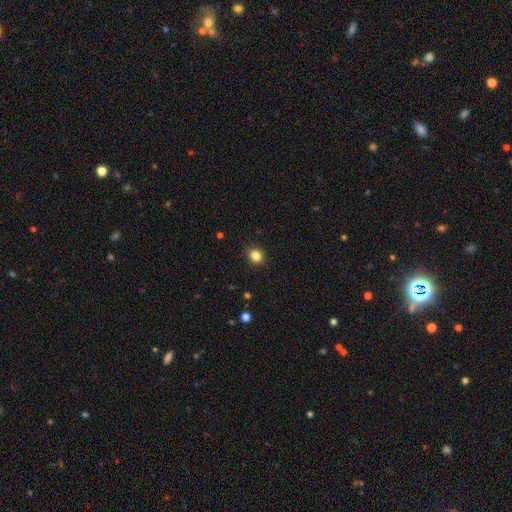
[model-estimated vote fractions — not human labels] This appears to be a smooth galaxy with no disk features (84%) that is round (71%). Merging: none (91%).